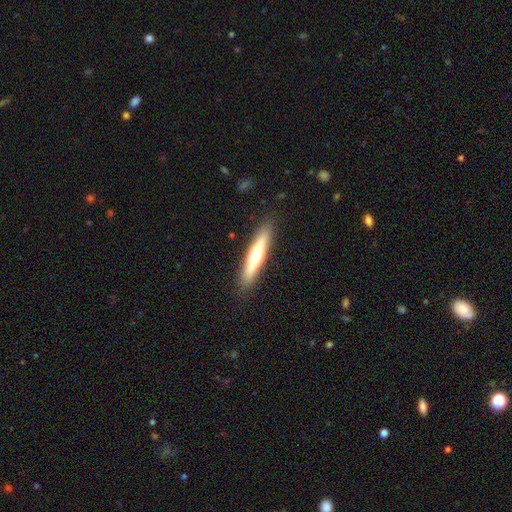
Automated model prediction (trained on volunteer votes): smooth_or_featured: featured or disk (p=0.51) [alt: smooth p=0.44]
disk_edge_on: yes (p=0.93) [alt: no p=0.07]
merging: none (p=0.90) [alt: minor disturbance p=0.08]